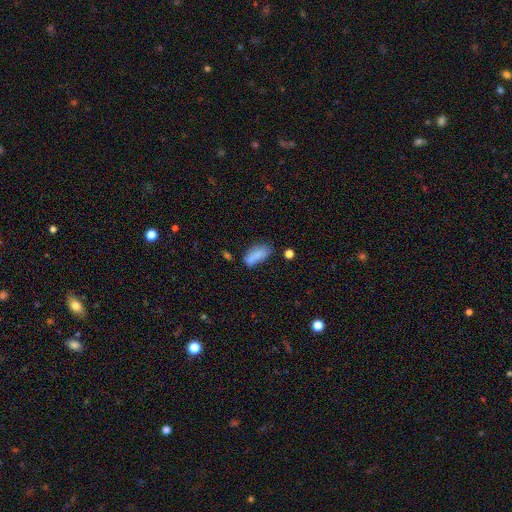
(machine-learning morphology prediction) A smooth galaxy with no disk features (76%) that is in between round and cigar-shaped (83%).

Vote fractions:
- Smooth or featured? smooth: 76% / featured or disk: 14% / star or artifact: 10%
- How rounded? in between: 83% / cigar-shaped: 14% / round: 3%
- Merging? none: 46% / minor disturbance: 25% / merger: 19% / major disturbance: 11%